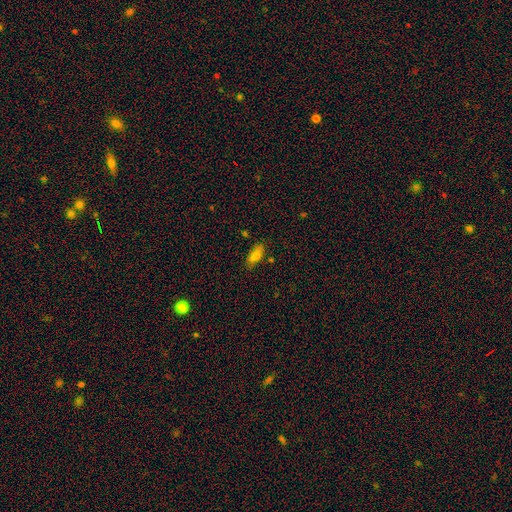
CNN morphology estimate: Smooth or featured?
  - smooth: 78% *
  - featured or disk: 12%
  - star or artifact: 10%
How rounded?
  - in between: 79% *
  - cigar-shaped: 18%
  - round: 3%
Merging?
  - none: 78% *
  - minor disturbance: 16%
  - major disturbance: 3%
  - merger: 3%